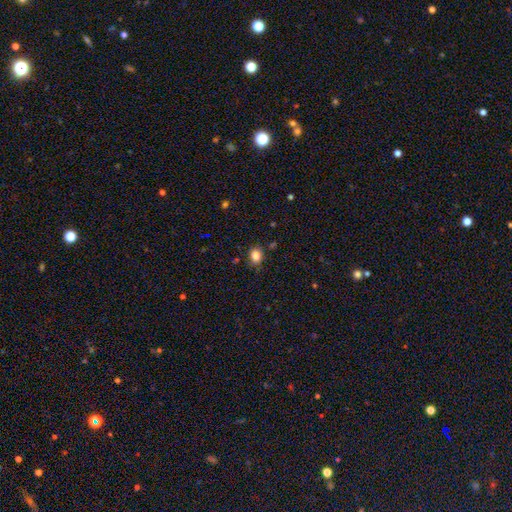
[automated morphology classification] smooth 83%, star or artifact 11%, featured or disk 5%. Down the decision tree: how rounded — in between (50%); merging — none (80%).